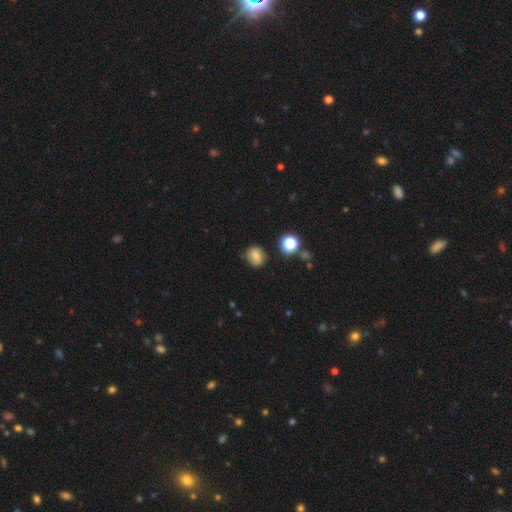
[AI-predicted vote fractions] Overall: smooth (73%). How rounded: round (65%; in between 34%). Merging: none (77%).